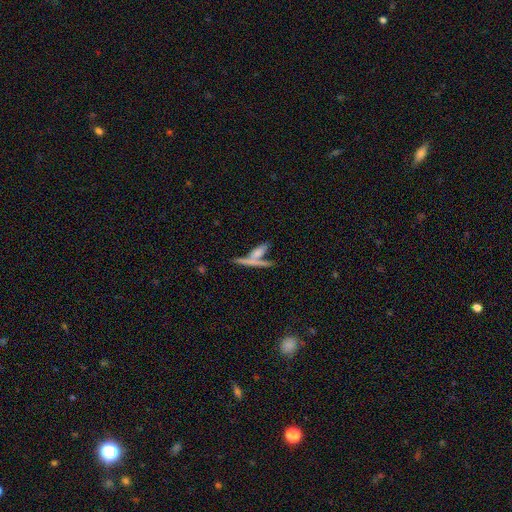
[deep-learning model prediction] A smooth galaxy with no disk features (55%) that is cigar-shaped (72%). Merging: merger (45%).